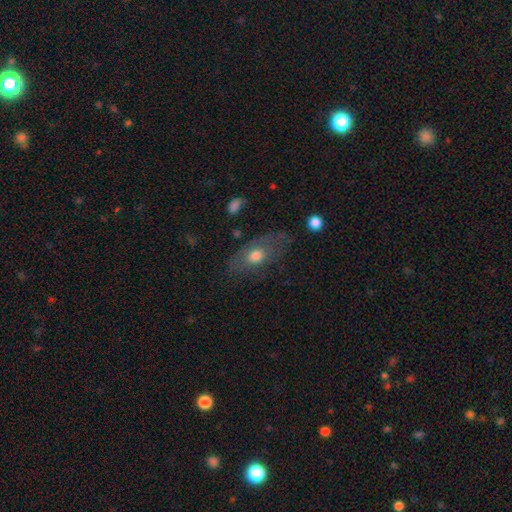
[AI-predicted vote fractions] A smooth galaxy with no disk features (56%) that is in between round and cigar-shaped (81%).

Vote fractions:
- Smooth or featured? smooth: 56% / featured or disk: 35% / star or artifact: 9%
- How rounded? in between: 81% / round: 11% / cigar-shaped: 7%
- Merging? none: 59% / minor disturbance: 24% / major disturbance: 15% / merger: 2%